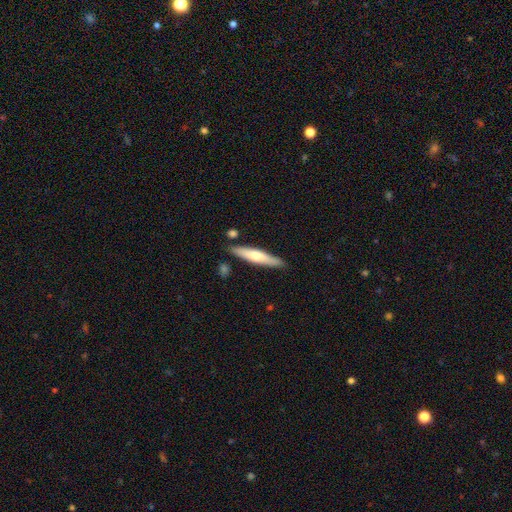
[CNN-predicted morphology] This appears to be a smooth galaxy with no disk features (53%) that is cigar-shaped (86%). Merging: none (84%).